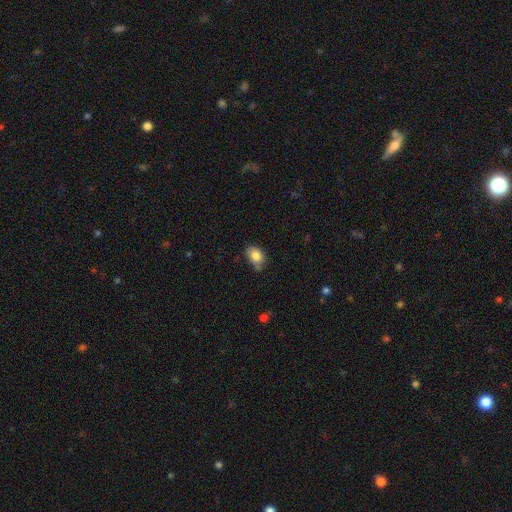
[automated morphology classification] This appears to be a smooth galaxy with no disk features (84%) that is in between round and cigar-shaped (80%). Merging: none (56%).